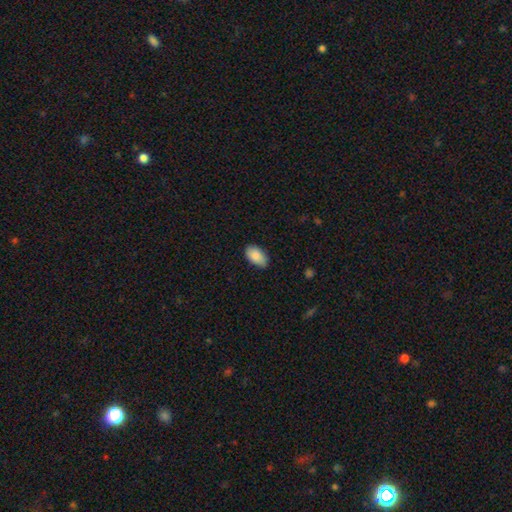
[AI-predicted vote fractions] Overall: smooth (87%). How rounded: in between (94%). Merging: none (82%).